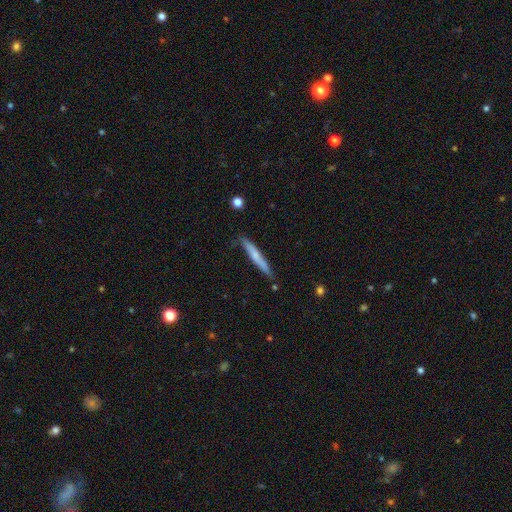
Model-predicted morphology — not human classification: A smooth galaxy with no disk features (57%) that is cigar-shaped (95%). Merging: none (80%).